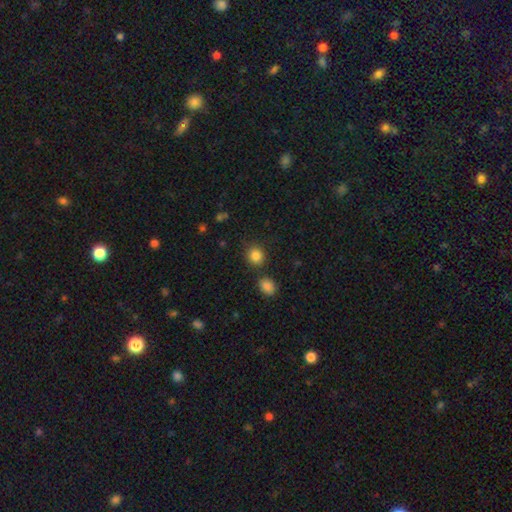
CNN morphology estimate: smooth_or_featured: smooth (p=0.85) [alt: star or artifact p=0.11]
how_rounded: round (p=0.84) [alt: in between p=0.15]
merging: none (p=0.80) [alt: minor disturbance p=0.09]